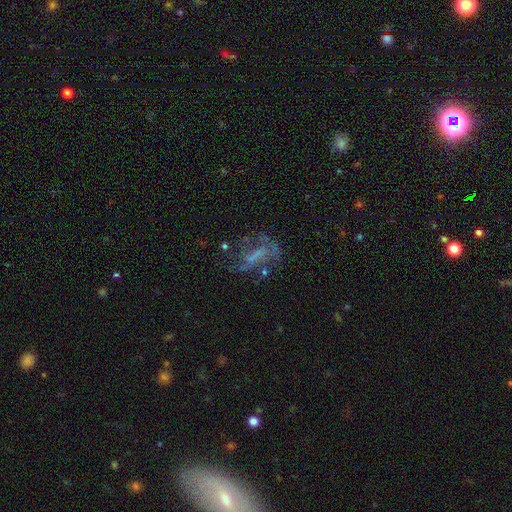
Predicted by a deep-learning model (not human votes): Morphology: type=featured or disk (60%); edge-on=no (93%); bar=no (44%); spiral arms=no (53%); bulge=none (58%); merging=none (42%).